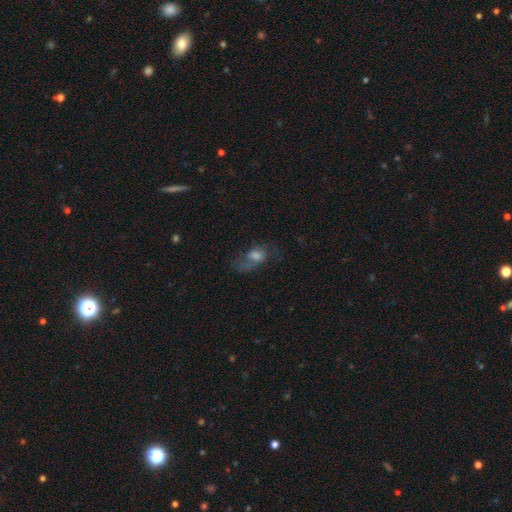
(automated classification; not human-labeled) The model was most divided on "smooth or featured": featured or disk: 47%, smooth: 39%, star or artifact: 14%. Remaining: merging — none (42%).